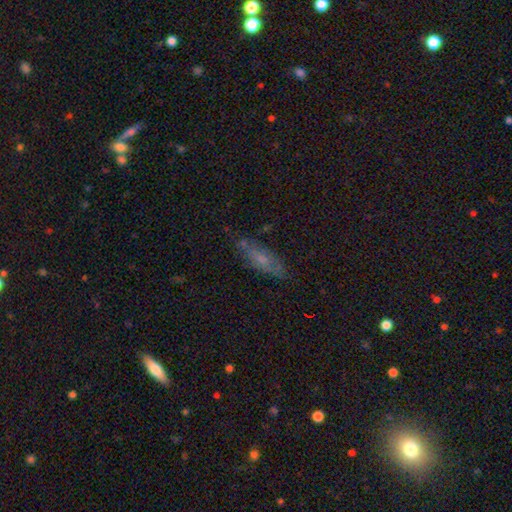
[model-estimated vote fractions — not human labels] Smooth or featured? Predicted: featured or disk (p=0.42). Merging? Predicted: none (p=0.76).